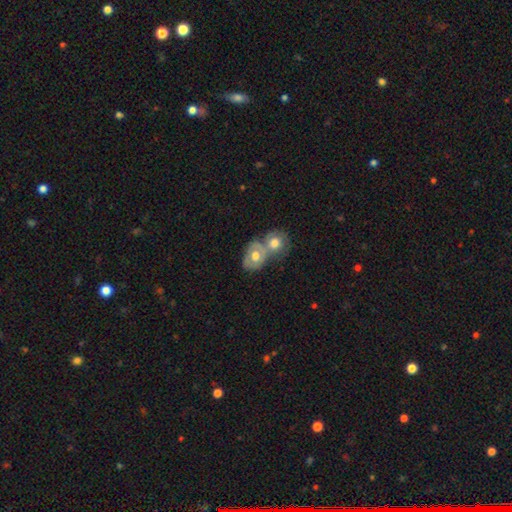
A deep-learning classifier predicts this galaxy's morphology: A featured or disk galaxy (47%). Merging: merger (69%).